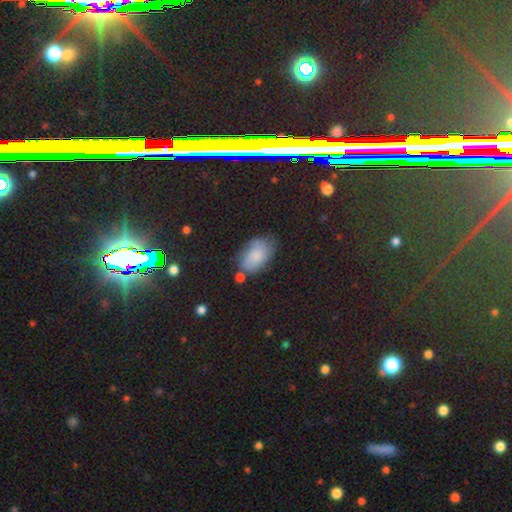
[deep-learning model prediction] smooth_or_featured: smooth (p=0.73) [alt: star or artifact p=0.14]
how_rounded: in between (p=0.91) [alt: round p=0.08]
merging: none (p=0.60) [alt: minor disturbance p=0.26]